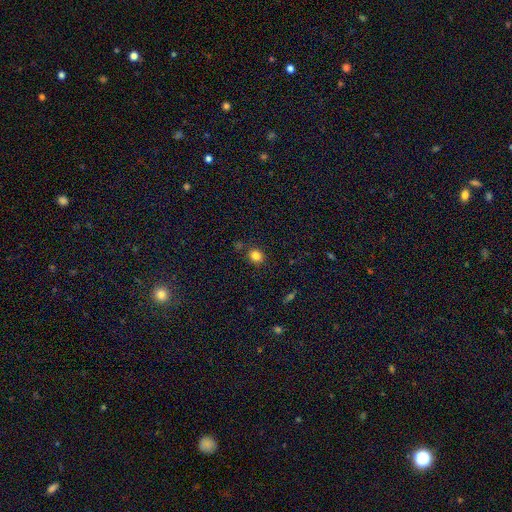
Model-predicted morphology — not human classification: This is clearly a smooth galaxy (82%). How rounded: likely round (71%). Merging: clearly none (83%).